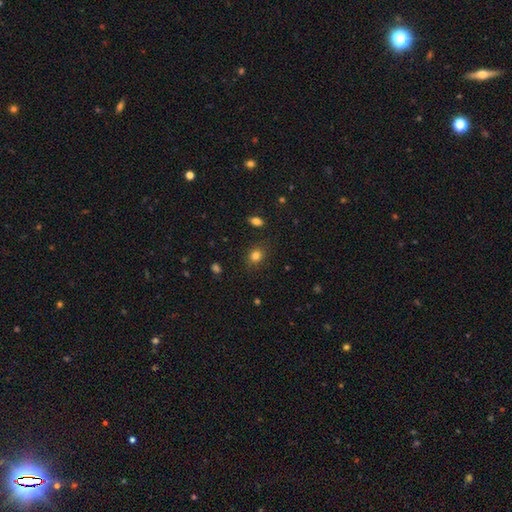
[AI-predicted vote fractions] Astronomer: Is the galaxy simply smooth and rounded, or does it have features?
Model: smooth — 82%.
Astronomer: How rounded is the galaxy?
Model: round — 63%.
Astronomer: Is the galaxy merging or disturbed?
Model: none — 84%.